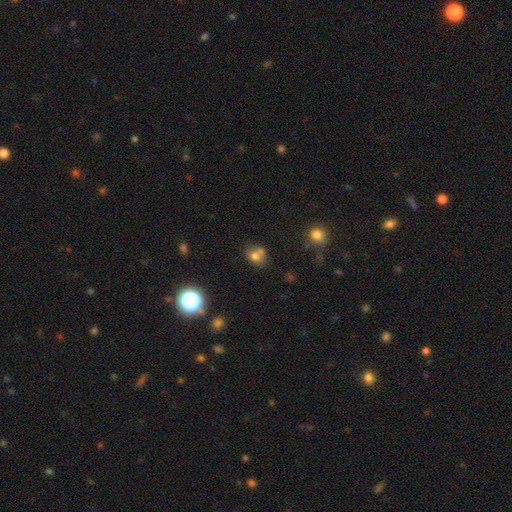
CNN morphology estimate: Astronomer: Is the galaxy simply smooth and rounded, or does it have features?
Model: smooth — 70%.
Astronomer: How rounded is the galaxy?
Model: round — 57% (runner-up: in between, 42%).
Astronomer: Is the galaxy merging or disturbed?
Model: none — 41%, tied with merger at 41%.